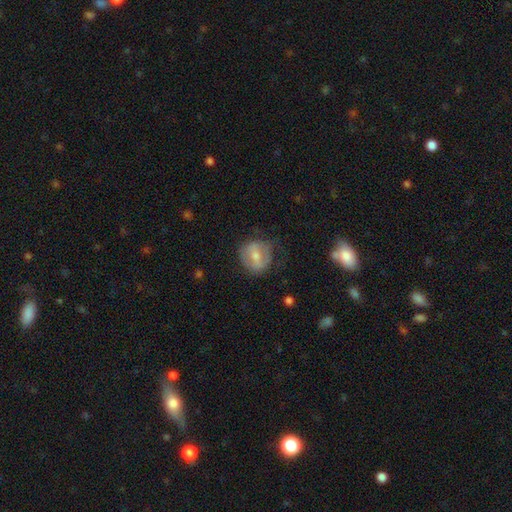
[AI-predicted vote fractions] The model was most divided on "smooth or featured": smooth: 53%, featured or disk: 39%, star or artifact: 7%. More confident: how rounded — round (81%); merging — none (64%).